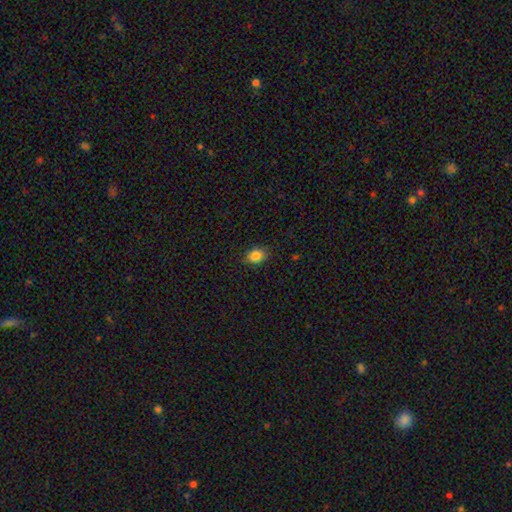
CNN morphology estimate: smooth-or-featured: smooth: 85% | star or artifact: 10% | featured or disk: 5%
  how-rounded: round: 53% | in between: 46% | cigar-shaped: 1%
  merging: none: 84% | minor disturbance: 12% | major disturbance: 3% | merger: 1%